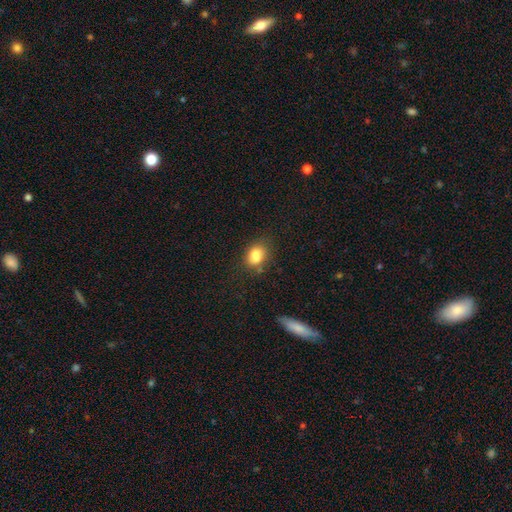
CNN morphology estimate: smooth 79%, star or artifact 11%, featured or disk 10%. Down the decision tree: how rounded — in between (66%); merging — none (57%).